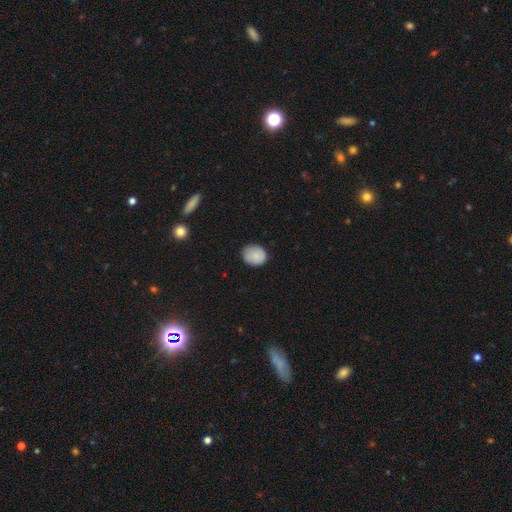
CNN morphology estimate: smooth 83%, featured or disk 10%, star or artifact 7%. Down the decision tree: how rounded — round (58%); merging — none (79%).